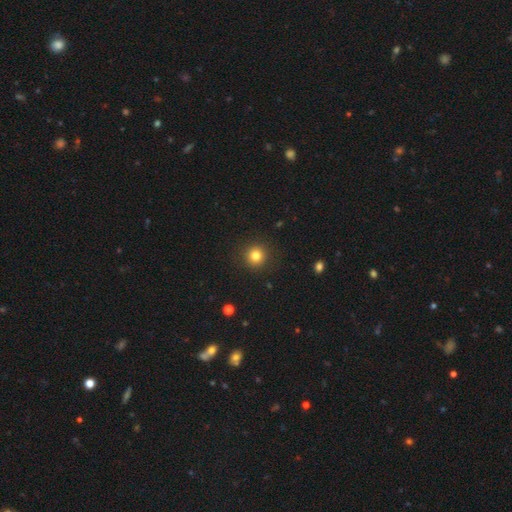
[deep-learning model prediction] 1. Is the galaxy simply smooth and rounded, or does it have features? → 82% smooth, 12% star or artifact, 6% featured or disk.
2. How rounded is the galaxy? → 94% round, 5% in between, 1% cigar-shaped.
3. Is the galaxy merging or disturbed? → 92% none, 5% minor disturbance, 2% major disturbance, 1% merger.